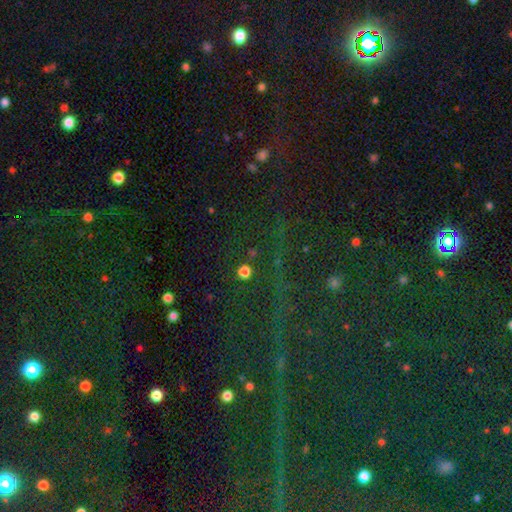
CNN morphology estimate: Smooth or featured: star or artifact — 83% (smooth — 9%)